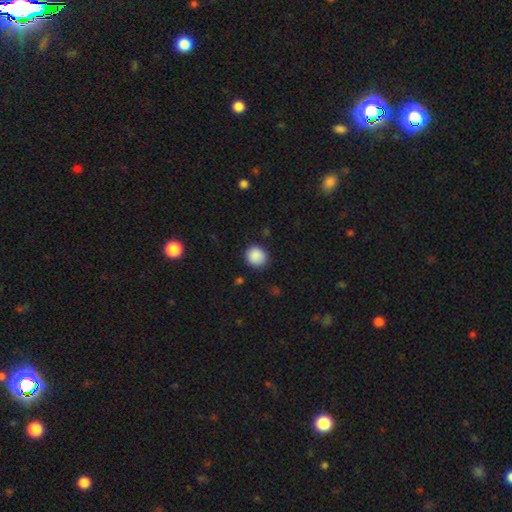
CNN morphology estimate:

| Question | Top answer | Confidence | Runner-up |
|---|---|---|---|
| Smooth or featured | smooth | 89% | star or artifact (9%) |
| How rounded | round | 86% | in between (13%) |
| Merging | none | 87% | minor disturbance (9%) |